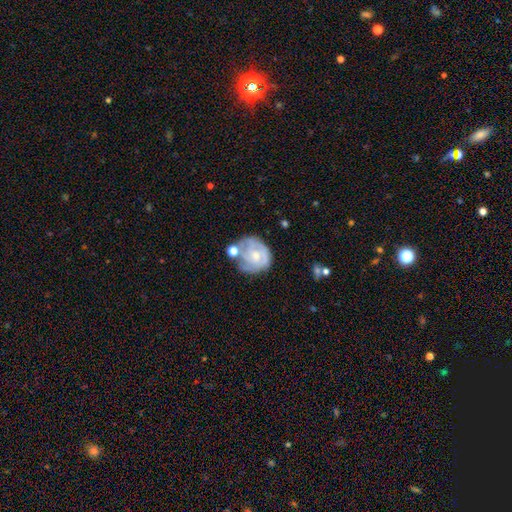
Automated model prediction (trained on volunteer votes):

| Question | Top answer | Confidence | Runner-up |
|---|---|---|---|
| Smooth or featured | featured or disk | 70% | smooth (23%) |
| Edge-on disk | no | 98% | yes (2%) |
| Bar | no | 71% | weak (25%) |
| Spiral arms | yes | 83% | no (17%) |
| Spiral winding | tight | 63% | medium (28%) |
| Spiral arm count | can't tell | 39% | 3 (24%) |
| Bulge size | small | 61% | moderate (31%) |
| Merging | none | 50% | minor disturbance (23%) |